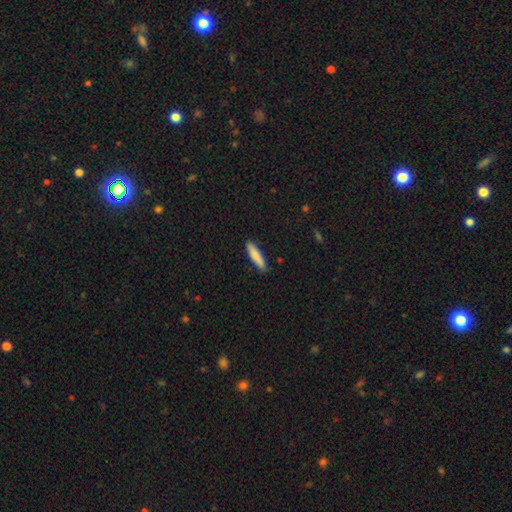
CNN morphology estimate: A smooth galaxy with no disk features (83%) that is cigar-shaped (80%). Merging: none (88%).